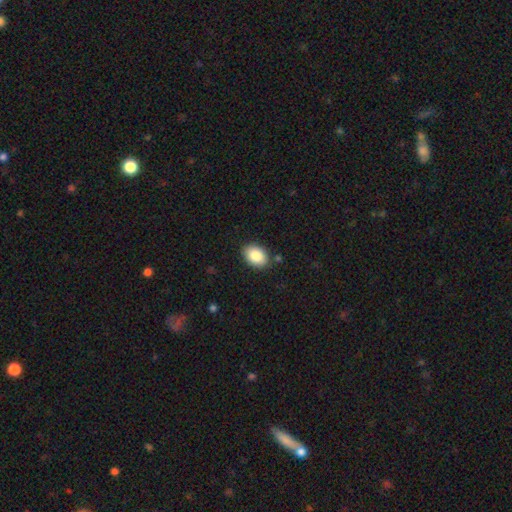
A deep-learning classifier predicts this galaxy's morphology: smooth-or-featured: smooth: 86% | star or artifact: 7% | featured or disk: 6%
  how-rounded: in between: 83% | round: 16% | cigar-shaped: 1%
  merging: none: 85% | minor disturbance: 10% | merger: 2% | major disturbance: 2%